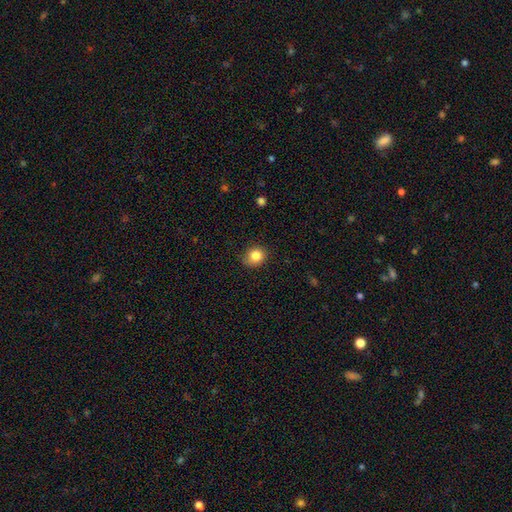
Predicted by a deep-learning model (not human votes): Smooth or featured: smooth — 83% (star or artifact — 10%)
How rounded: round — 70% (in between — 29%)
Merging: none — 77% (minor disturbance — 18%)